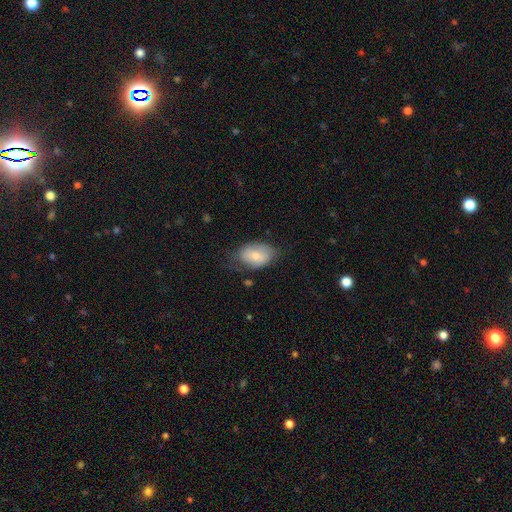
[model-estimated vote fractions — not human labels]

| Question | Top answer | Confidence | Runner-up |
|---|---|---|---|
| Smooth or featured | smooth | 73% | featured or disk (20%) |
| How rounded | in between | 85% | round (13%) |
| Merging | none | 55% | minor disturbance (31%) |